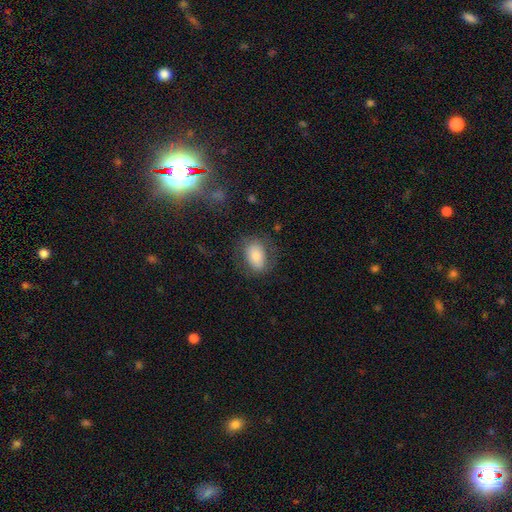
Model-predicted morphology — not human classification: Smooth or featured? smooth (74%)
How rounded? in between (82%)
Merging? none (70%)